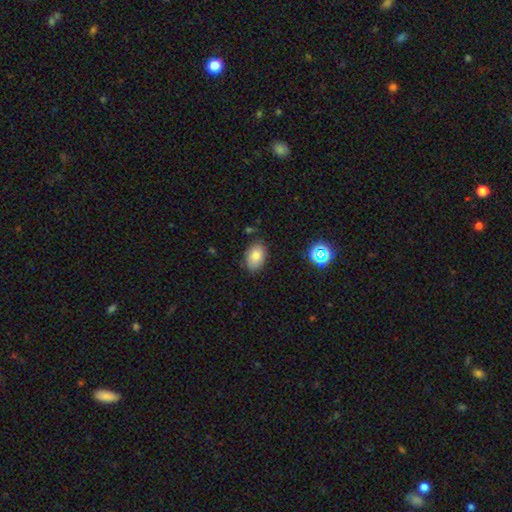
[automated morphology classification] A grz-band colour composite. It shows a smooth galaxy with no disk features (80%) that is in between round and cigar-shaped (85%). Merging: none (80%).